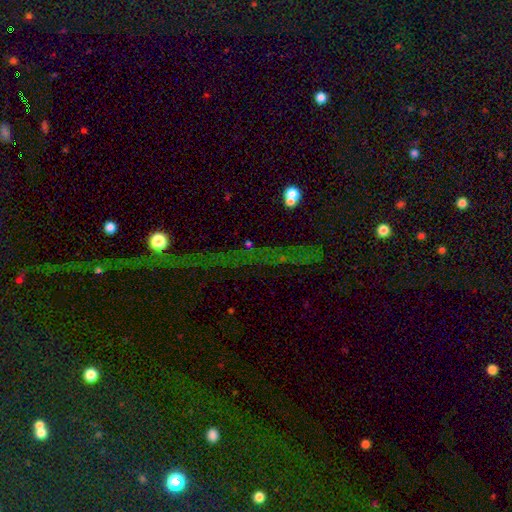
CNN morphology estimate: Smooth or featured: star or artifact — 67% (smooth — 18%)